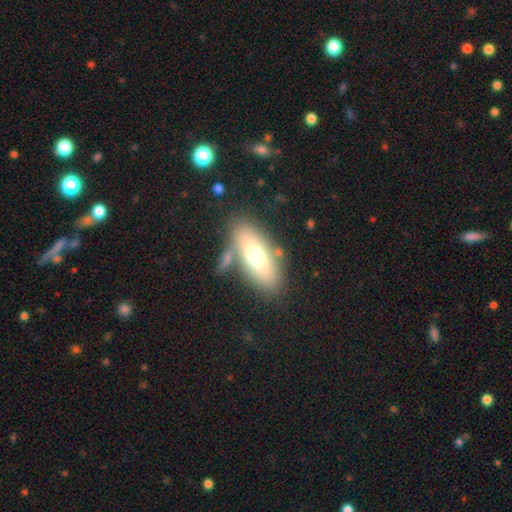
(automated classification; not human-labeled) Smooth or featured: smooth — 65% (featured or disk — 27%)
How rounded: in between — 80% (cigar-shaped — 16%)
Merging: none — 72% (minor disturbance — 12%)